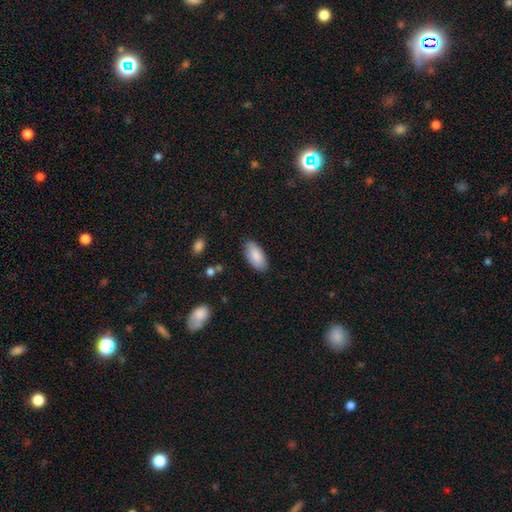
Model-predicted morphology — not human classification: Overall: smooth (87%). How rounded: in between (93%). Merging: none (86%).